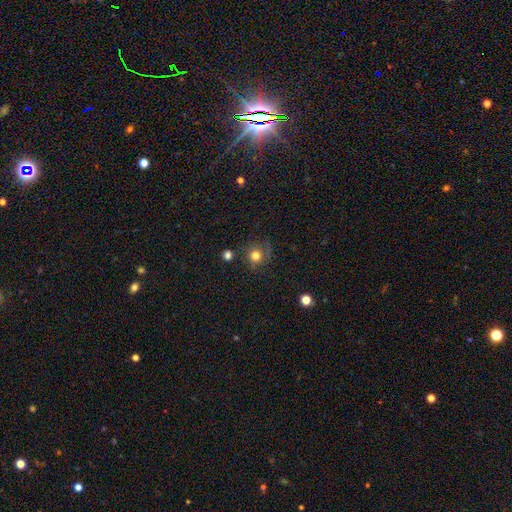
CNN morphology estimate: Q: Smooth or featured?
A: smooth (77%); runner-up: star or artifact (14%)
Q: How rounded?
A: round (91%); runner-up: in between (9%)
Q: Merging?
A: none (72%); runner-up: minor disturbance (16%)